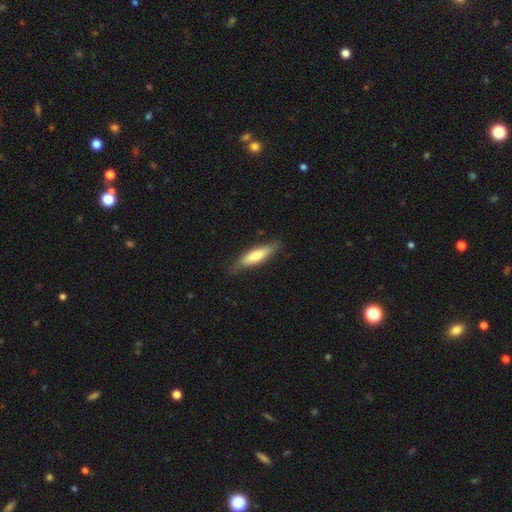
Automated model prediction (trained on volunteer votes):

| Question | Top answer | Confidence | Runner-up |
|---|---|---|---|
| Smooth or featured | smooth | 70% | featured or disk (25%) |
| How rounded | cigar-shaped | 73% | in between (26%) |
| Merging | none | 77% | minor disturbance (19%) |